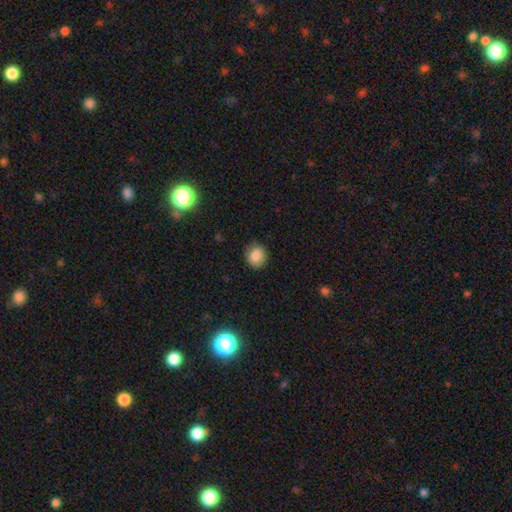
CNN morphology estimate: type=smooth (86%); roundness=round (78%); merging=none (87%).